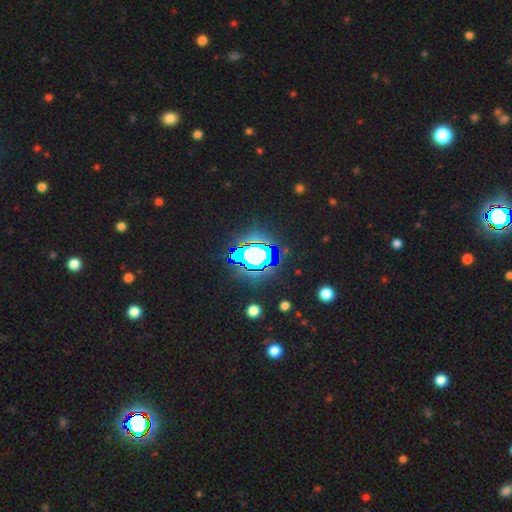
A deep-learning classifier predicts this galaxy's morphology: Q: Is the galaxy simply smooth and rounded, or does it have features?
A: star or artifact — 78%.